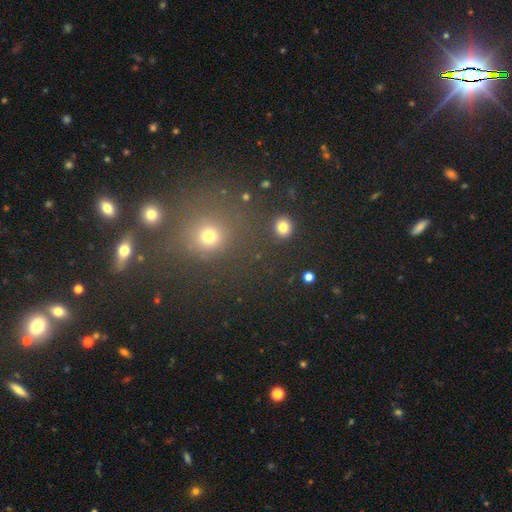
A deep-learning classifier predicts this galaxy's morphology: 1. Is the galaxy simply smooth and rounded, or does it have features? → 50% star or artifact, 42% smooth, 7% featured or disk.